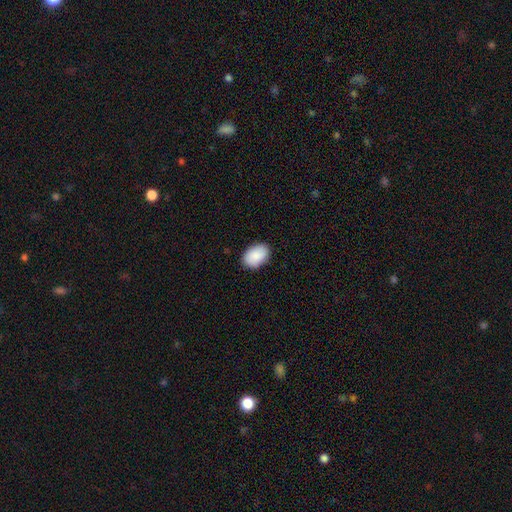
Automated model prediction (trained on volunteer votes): smooth-or-featured: smooth: 90% | star or artifact: 6% | featured or disk: 4%
  how-rounded: in between: 89% | round: 10% | cigar-shaped: 1%
  merging: none: 87% | minor disturbance: 10% | major disturbance: 2% | merger: 1%